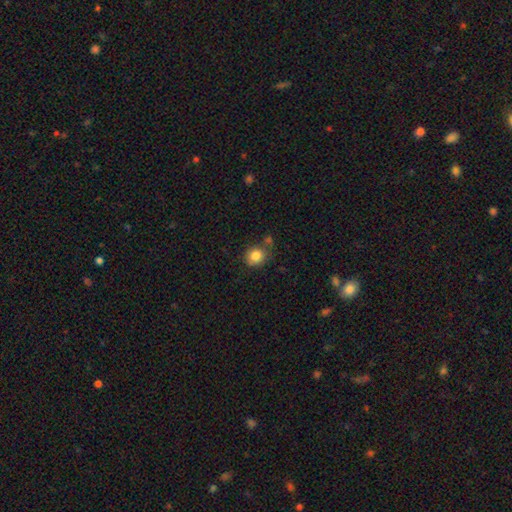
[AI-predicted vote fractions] A smooth galaxy with no disk features (83%) that is round (75%).

Vote fractions:
- Smooth or featured? smooth: 83% / star or artifact: 10% / featured or disk: 7%
- How rounded? round: 75% / in between: 24% / cigar-shaped: 1%
- Merging? none: 70% / minor disturbance: 15% / merger: 10% / major disturbance: 4%